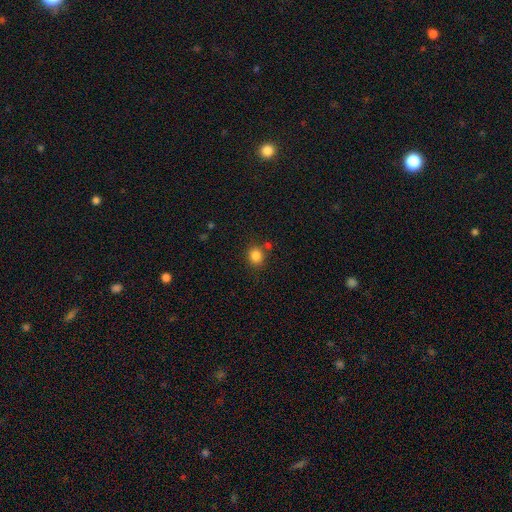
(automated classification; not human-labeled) A smooth galaxy with no disk features (84%) that is round (77%).

Vote fractions:
- Smooth or featured? smooth: 84% / star or artifact: 11% / featured or disk: 5%
- How rounded? round: 77% / in between: 22% / cigar-shaped: 1%
- Merging? none: 76% / minor disturbance: 11% / merger: 9% / major disturbance: 3%